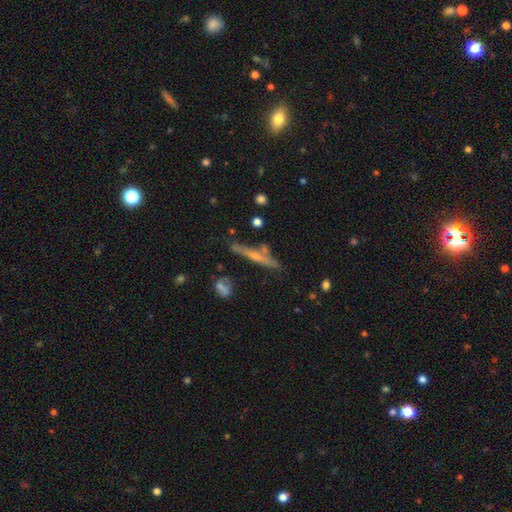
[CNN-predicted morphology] A featured or disk galaxy (67%) viewed edge-on (94%) with a rounded central bulge (76%).

Vote fractions:
- Smooth or featured? featured or disk: 67% / smooth: 24% / star or artifact: 9%
- Edge-on disk? yes: 94% / no: 6%
- Edge-on bulge? rounded: 76% / none: 19% / boxy: 5%
- Merging? none: 75% / minor disturbance: 14% / merger: 6% / major disturbance: 4%